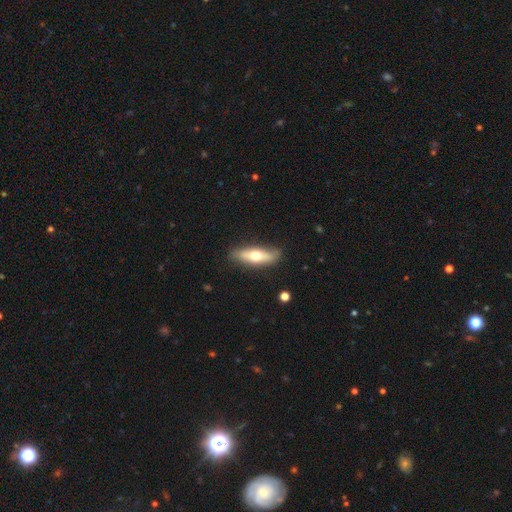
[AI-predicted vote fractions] Smooth or featured?
  - smooth: 53% *
  - featured or disk: 42%
  - star or artifact: 5%
How rounded?
  - cigar-shaped: 53% *
  - in between: 44%
  - round: 3%
Merging?
  - none: 84% *
  - minor disturbance: 12%
  - major disturbance: 3%
  - merger: 1%